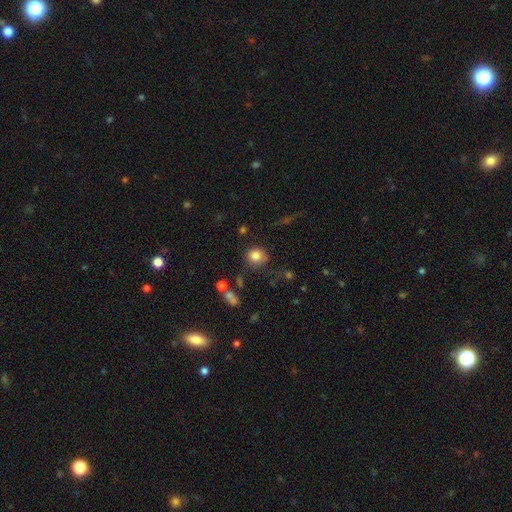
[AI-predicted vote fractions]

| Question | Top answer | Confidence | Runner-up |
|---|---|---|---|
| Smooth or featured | smooth | 83% | star or artifact (11%) |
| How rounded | round | 84% | in between (15%) |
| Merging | none | 75% | minor disturbance (15%) |